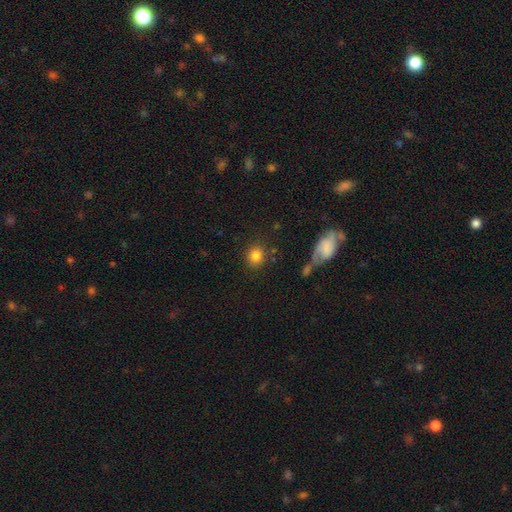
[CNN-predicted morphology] Overall: smooth (83%). How rounded: round (82%). Merging: none (82%).